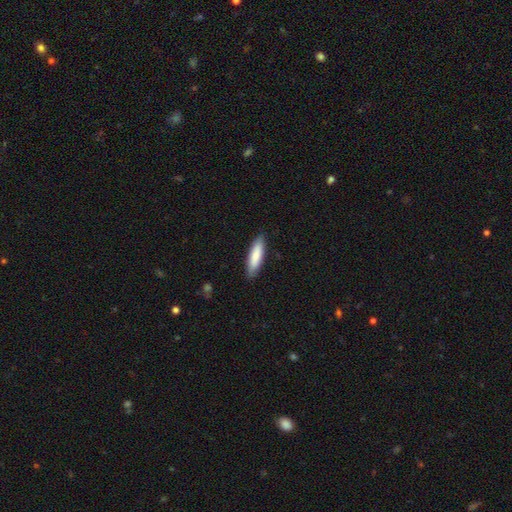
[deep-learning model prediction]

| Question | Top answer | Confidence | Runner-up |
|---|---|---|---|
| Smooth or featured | smooth | 84% | featured or disk (11%) |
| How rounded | cigar-shaped | 65% | in between (34%) |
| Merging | none | 87% | minor disturbance (10%) |